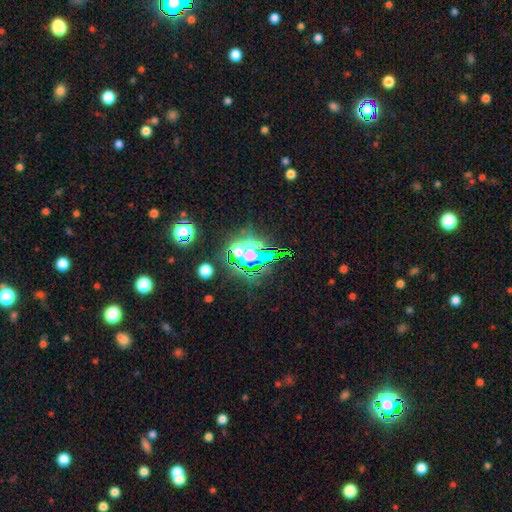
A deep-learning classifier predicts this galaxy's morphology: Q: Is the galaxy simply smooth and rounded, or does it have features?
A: star or artifact — 68%.